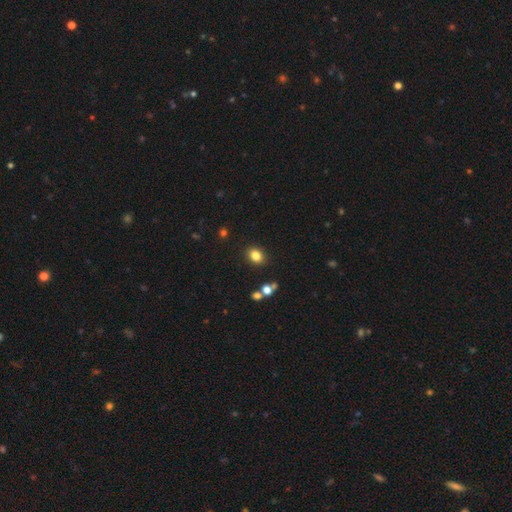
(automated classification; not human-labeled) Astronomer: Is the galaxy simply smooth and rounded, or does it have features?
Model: smooth — 83%.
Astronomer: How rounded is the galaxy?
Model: in between — 54% (runner-up: round, 45%).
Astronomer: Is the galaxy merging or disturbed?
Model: none — 87%.